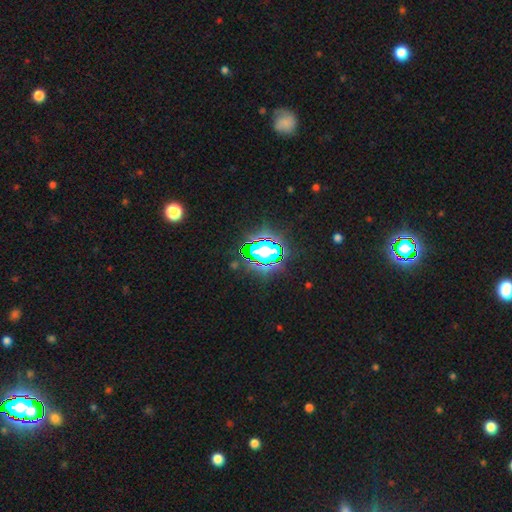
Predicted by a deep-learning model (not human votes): The model was most divided on "smooth or featured": star or artifact: 78%, smooth: 13%, featured or disk: 9%.